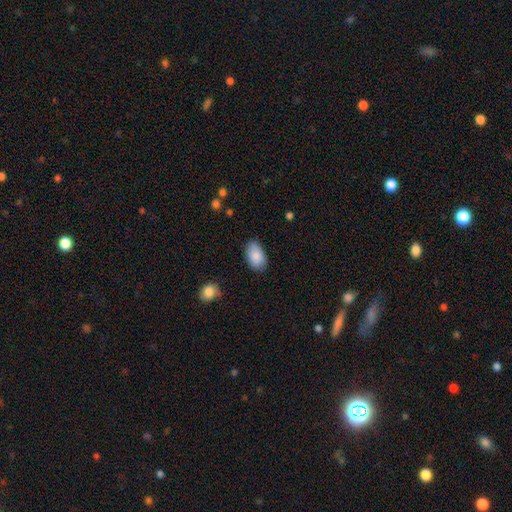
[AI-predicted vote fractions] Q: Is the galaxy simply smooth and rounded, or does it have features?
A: smooth — 88%.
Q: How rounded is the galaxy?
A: in between — 93%.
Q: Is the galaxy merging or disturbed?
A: none — 81%.